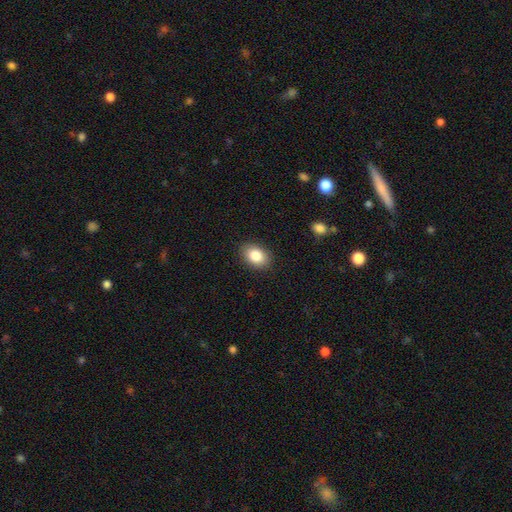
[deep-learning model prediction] This appears to be a smooth galaxy with no disk features (85%) that is in between round and cigar-shaped (82%). Merging: none (88%).